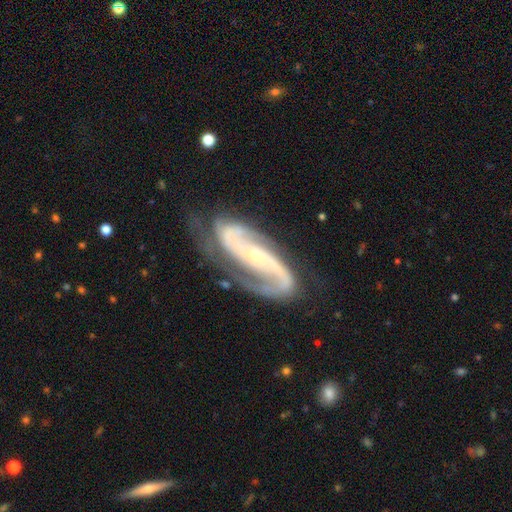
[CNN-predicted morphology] A featured or disk galaxy (90%) with no bar (47%), 2 (86%) medium (50%) spiral arms (98%) and a small central bulge (73%). Merging: none (66%).